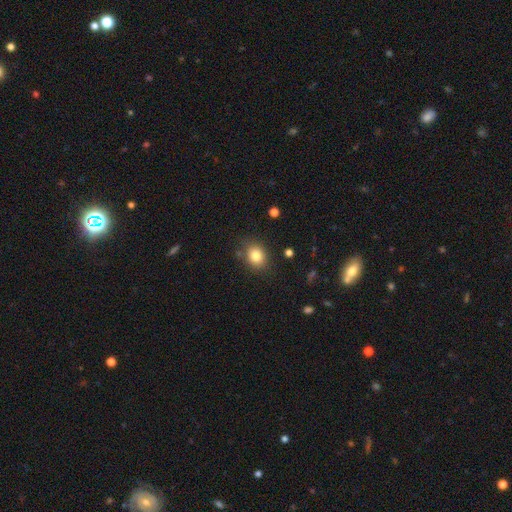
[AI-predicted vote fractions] Overall: smooth (82%). How rounded: round (53%; in between 46%). Merging: none (81%).